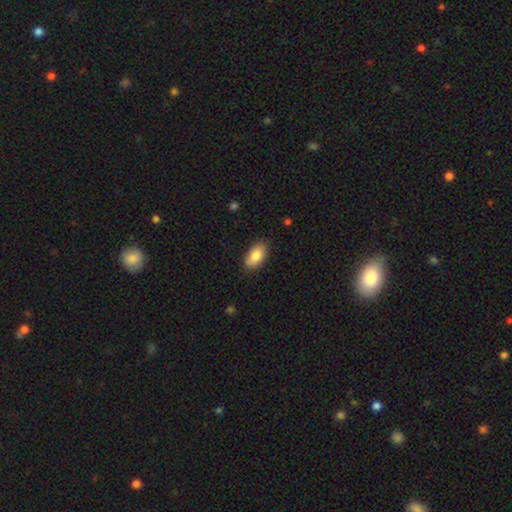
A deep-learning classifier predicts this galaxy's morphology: Smooth or featured? smooth (83%)
How rounded? in between (92%)
Merging? none (83%)